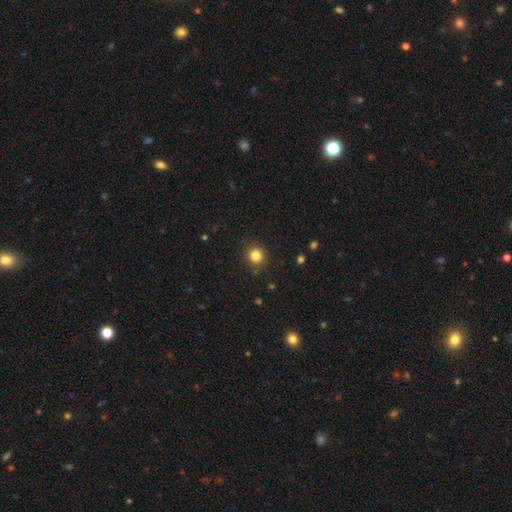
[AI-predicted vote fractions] Smooth or featured? Predicted: smooth (p=0.82). How rounded? Predicted: round (p=0.93). Merging? Predicted: none (p=0.90).